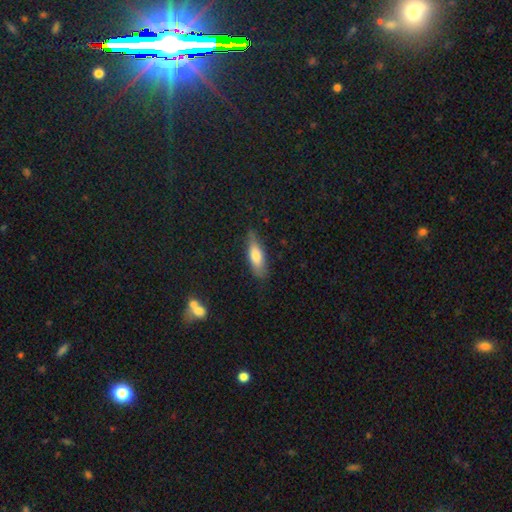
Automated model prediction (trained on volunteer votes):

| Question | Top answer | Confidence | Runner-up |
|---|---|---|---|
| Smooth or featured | smooth | 72% | featured or disk (21%) |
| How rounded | in between | 54% | cigar-shaped (44%) |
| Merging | none | 77% | minor disturbance (17%) |